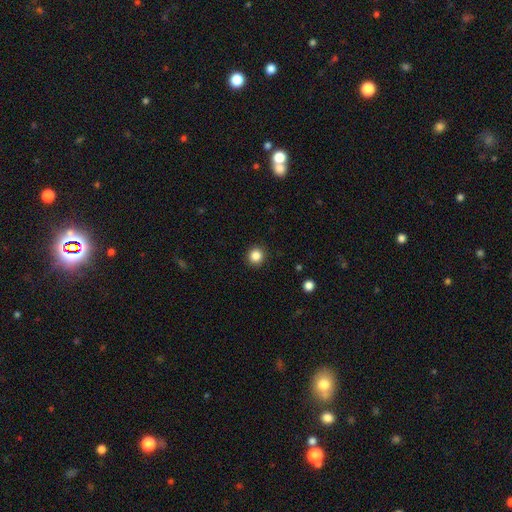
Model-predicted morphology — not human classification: smooth-or-featured: smooth: 85% | star or artifact: 11% | featured or disk: 4%
  how-rounded: round: 93% | in between: 6% | cigar-shaped: 1%
  merging: none: 92% | minor disturbance: 5% | major disturbance: 2% | merger: 1%